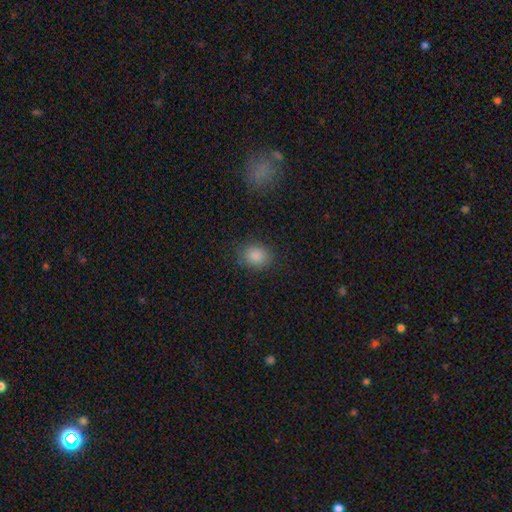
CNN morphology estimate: Smooth or featured?
  - smooth: 87% *
  - star or artifact: 10%
  - featured or disk: 4%
How rounded?
  - round: 57% *
  - in between: 42%
  - cigar-shaped: 1%
Merging?
  - none: 85% *
  - minor disturbance: 10%
  - major disturbance: 4%
  - merger: 1%